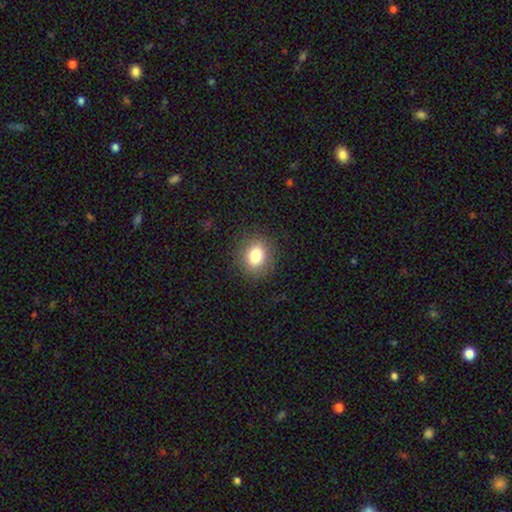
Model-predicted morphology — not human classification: Smooth or featured? smooth (83%)
How rounded? round (60%)
Merging? none (87%)